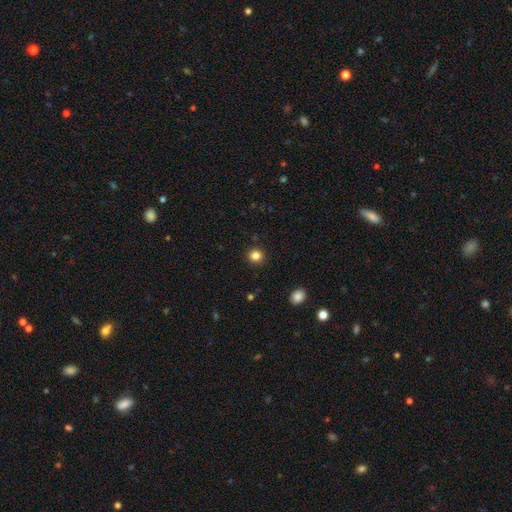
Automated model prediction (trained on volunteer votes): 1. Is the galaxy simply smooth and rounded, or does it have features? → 83% smooth, 12% star or artifact, 4% featured or disk.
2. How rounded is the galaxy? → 93% round, 6% in between, 1% cigar-shaped.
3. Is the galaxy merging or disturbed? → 92% none, 5% minor disturbance, 2% major disturbance, 1% merger.